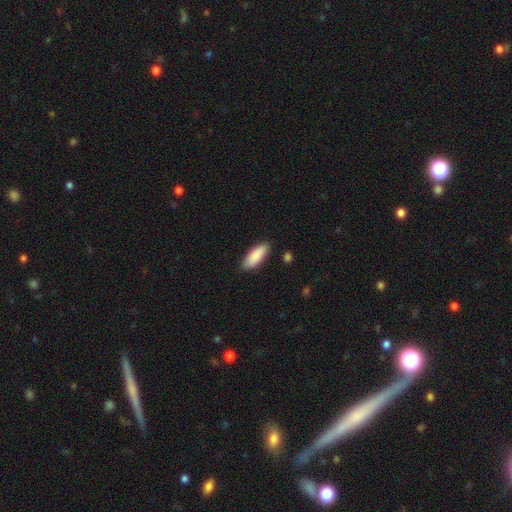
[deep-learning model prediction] Overall: smooth (89%). How rounded: in between (75%). Merging: none (86%).